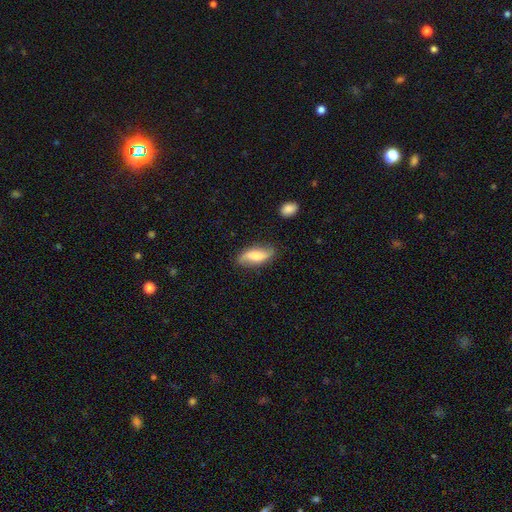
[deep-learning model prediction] smooth-or-featured: smooth: 54% | featured or disk: 39% | star or artifact: 7%
  how-rounded: in between: 76% | cigar-shaped: 21% | round: 3%
  merging: none: 76% | minor disturbance: 18% | major disturbance: 4% | merger: 2%